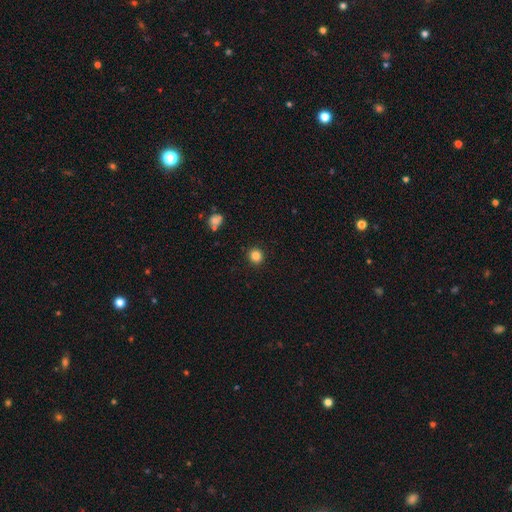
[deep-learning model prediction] Smooth or featured?
  - smooth: 85% *
  - star or artifact: 11%
  - featured or disk: 4%
How rounded?
  - round: 92% *
  - in between: 7%
  - cigar-shaped: 1%
Merging?
  - none: 92% *
  - minor disturbance: 5%
  - major disturbance: 2%
  - merger: 1%